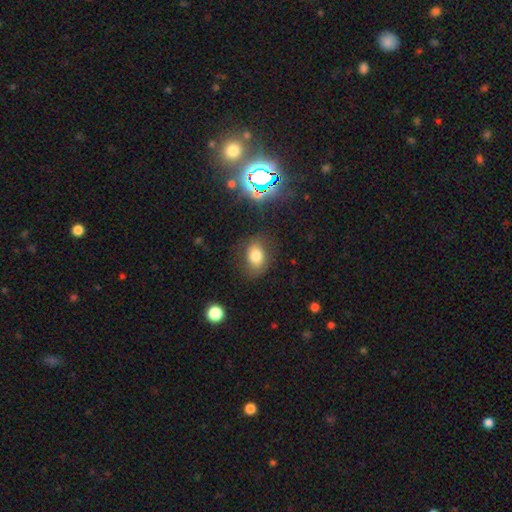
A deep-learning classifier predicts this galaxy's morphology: Q: Smooth or featured?
A: smooth (72%); runner-up: star or artifact (14%)
Q: How rounded?
A: in between (72%); runner-up: round (27%)
Q: Merging?
A: none (74%); runner-up: minor disturbance (17%)